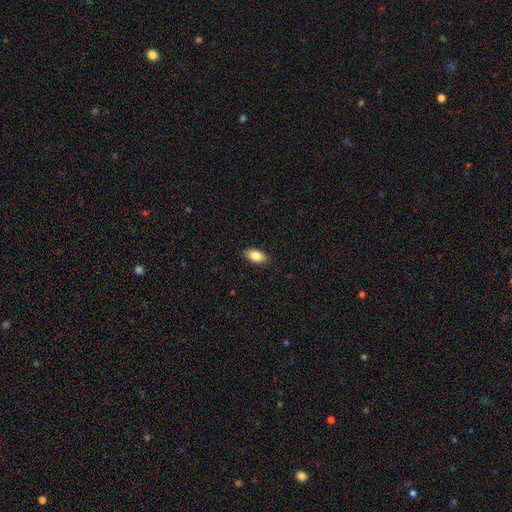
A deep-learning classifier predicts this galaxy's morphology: smooth-or-featured: smooth: 85% | featured or disk: 8% | star or artifact: 7%
  how-rounded: in between: 91% | round: 4% | cigar-shaped: 4%
  merging: none: 88% | minor disturbance: 9% | major disturbance: 2% | merger: 1%